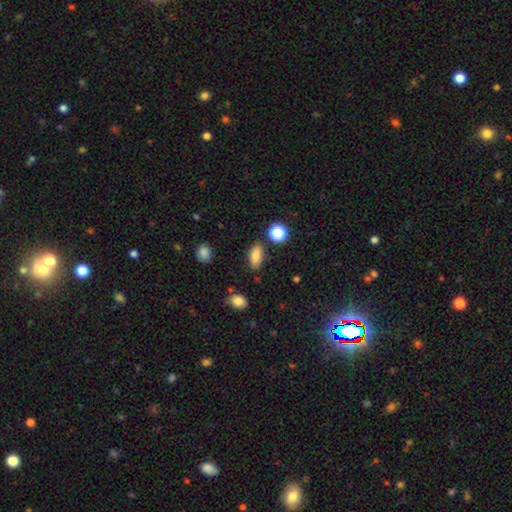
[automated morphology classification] smooth_or_featured: smooth (p=0.82) [alt: star or artifact p=0.10]
how_rounded: in between (p=0.83) [alt: cigar-shaped p=0.11]
merging: none (p=0.83) [alt: minor disturbance p=0.11]